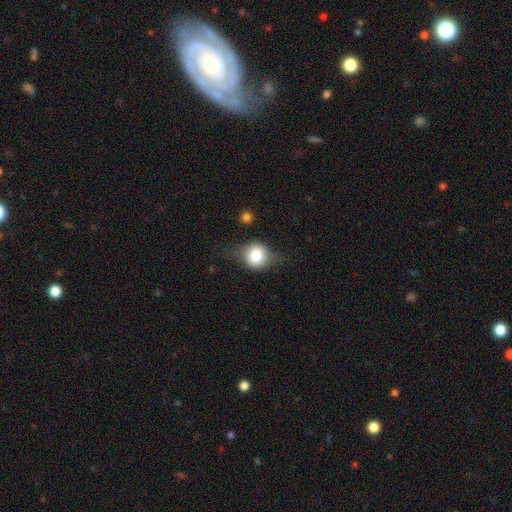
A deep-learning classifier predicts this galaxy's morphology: Smooth or featured?
  - smooth: 61% *
  - featured or disk: 30%
  - star or artifact: 9%
How rounded?
  - round: 71% *
  - in between: 27%
  - cigar-shaped: 2%
Merging?
  - none: 59% *
  - minor disturbance: 26%
  - major disturbance: 13%
  - merger: 3%